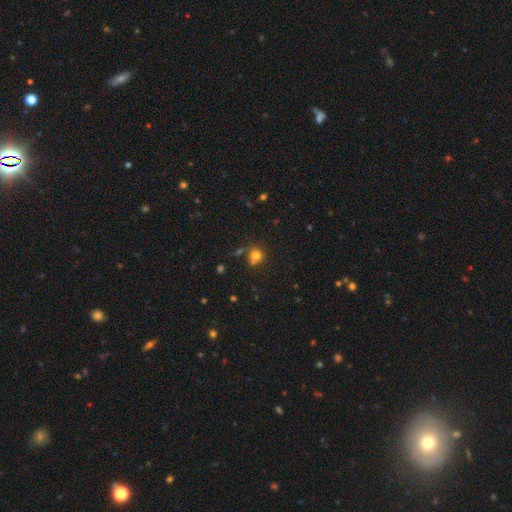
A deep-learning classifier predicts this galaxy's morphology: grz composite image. It shows a smooth galaxy with no disk features (75%) that is round (79%). Merging: none (58%).